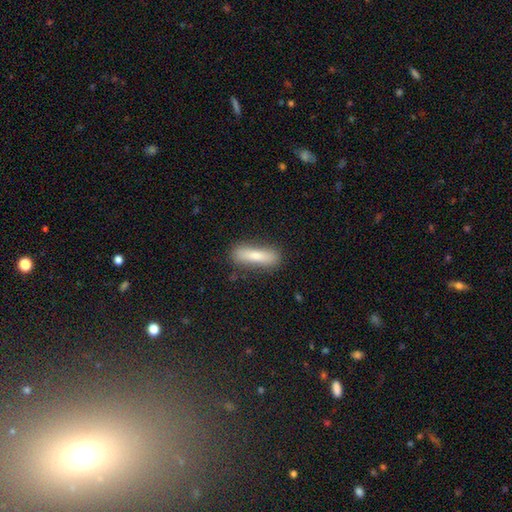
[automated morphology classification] Q: Smooth or featured?
A: smooth (77%); runner-up: featured or disk (16%)
Q: How rounded?
A: cigar-shaped (71%); runner-up: in between (27%)
Q: Merging?
A: none (83%); runner-up: minor disturbance (12%)